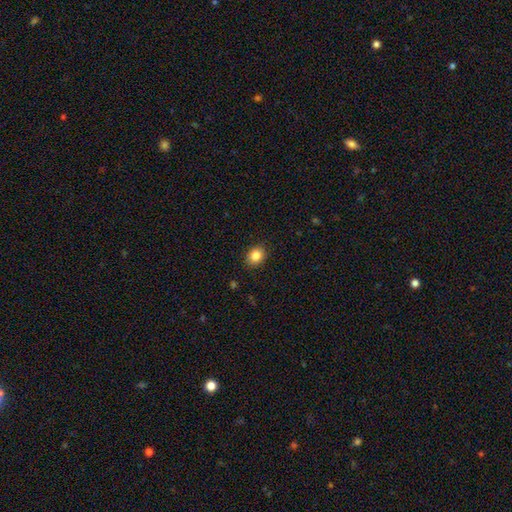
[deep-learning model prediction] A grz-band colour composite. It shows a smooth galaxy with no disk features (84%) that is round (55%). Merging: none (89%).